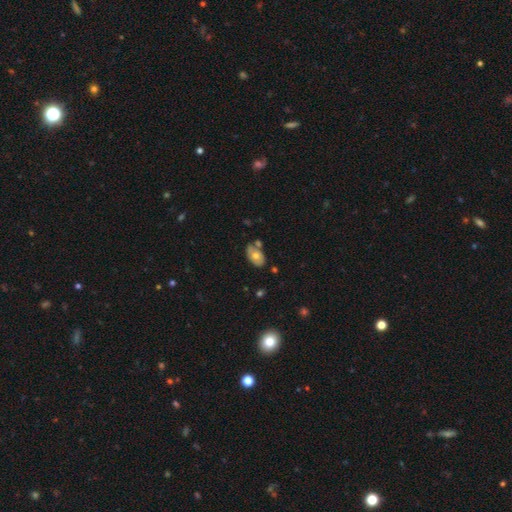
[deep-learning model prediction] Smooth or featured: smooth — 61% (featured or disk — 31%)
How rounded: in between — 88% (round — 10%)
Merging: none — 56% (minor disturbance — 22%)